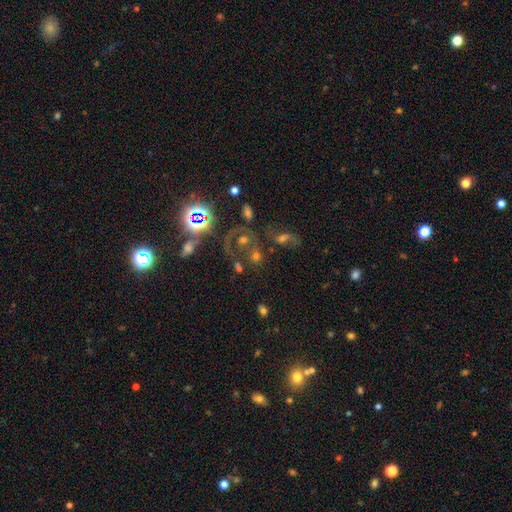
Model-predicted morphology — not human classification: Smooth or featured? Predicted: star or artifact (p=0.38).